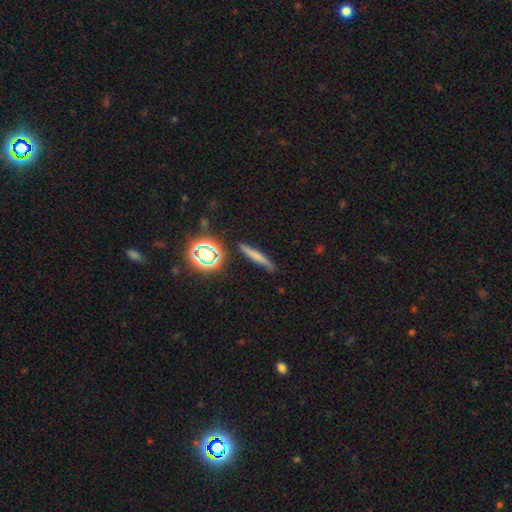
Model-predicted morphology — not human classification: type=smooth (62%); roundness=cigar-shaped (88%); merging=none (81%).